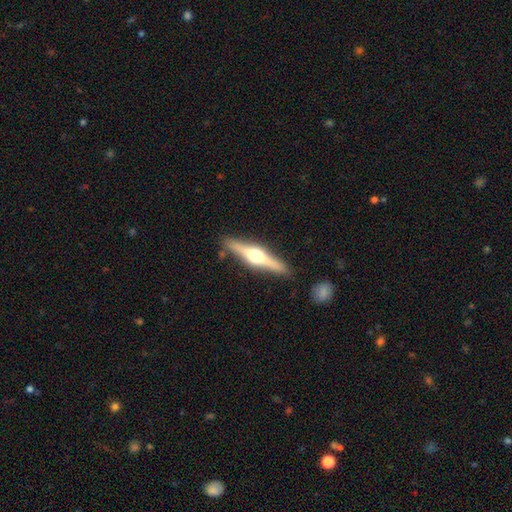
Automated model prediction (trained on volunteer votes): This appears to be a featured or disk galaxy (75%) viewed edge-on (98%) with a rounded central bulge (95%). Merging: none (87%).